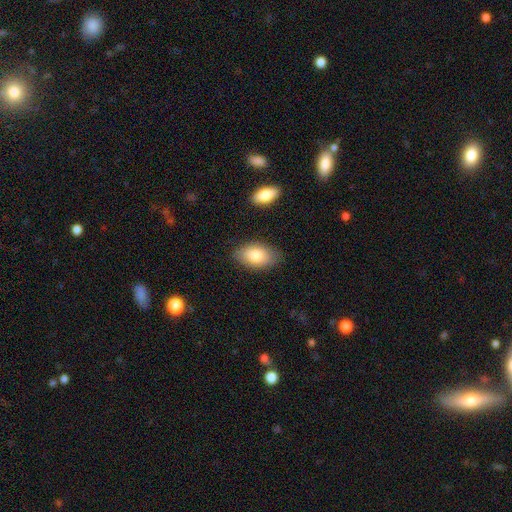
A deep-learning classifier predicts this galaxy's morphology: smooth 84%, featured or disk 10%, star or artifact 6%. Down the decision tree: how rounded — in between (93%); merging — none (81%).